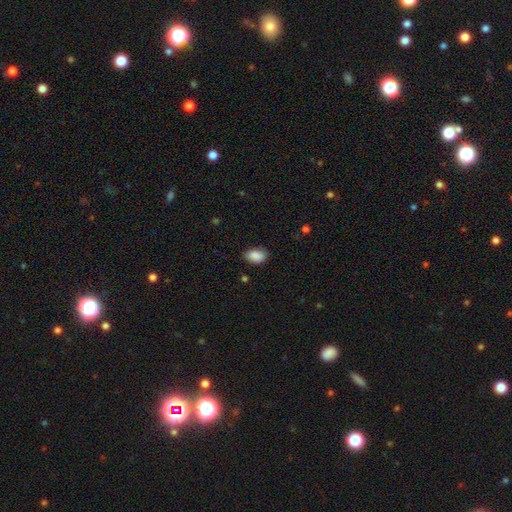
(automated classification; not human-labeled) Overall: smooth (88%). How rounded: in between (87%). Merging: none (78%).